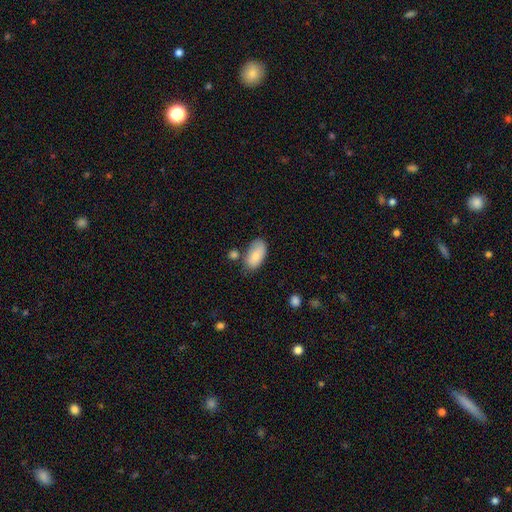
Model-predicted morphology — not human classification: Smooth or featured? Predicted: smooth (p=0.82). How rounded? Predicted: in between (p=0.94). Merging? Predicted: none (p=0.62).